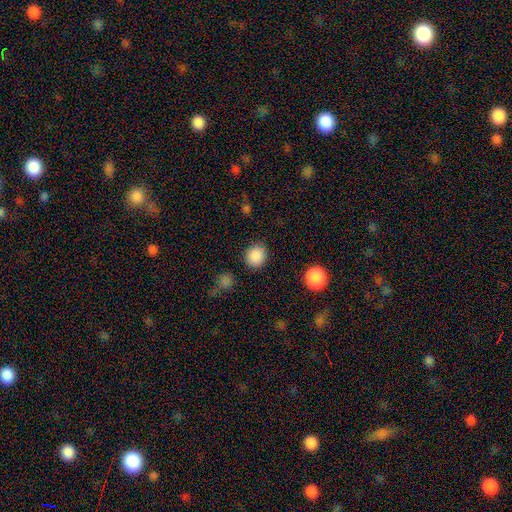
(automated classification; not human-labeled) smooth 87%, star or artifact 10%, featured or disk 3%. Down the decision tree: how rounded — round (83%); merging — none (83%).